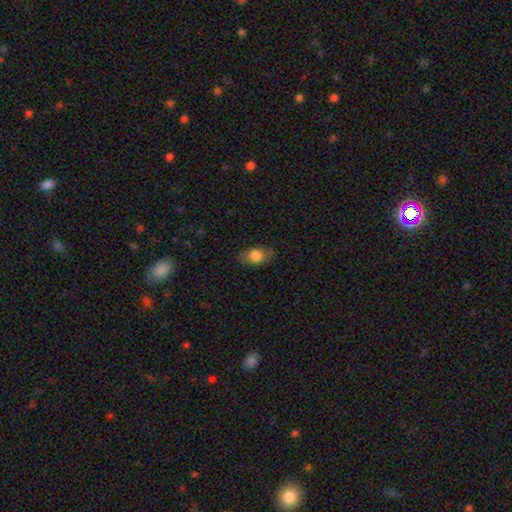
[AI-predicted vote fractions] The model was most divided on "smooth or featured": smooth: 76%, featured or disk: 17%, star or artifact: 7%. More confident: how rounded — in between (84%); merging — none (81%).